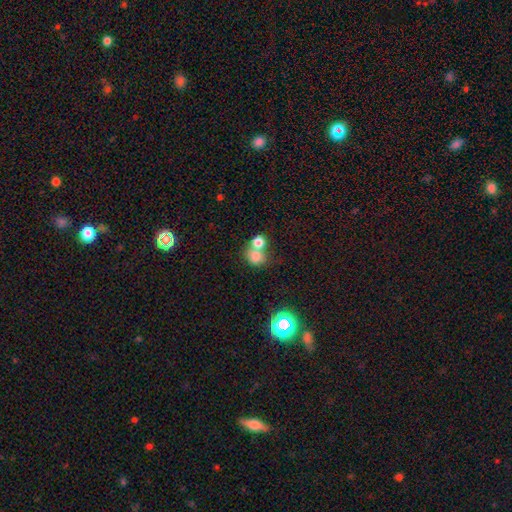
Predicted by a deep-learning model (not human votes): Q: Smooth or featured?
A: smooth (74%); runner-up: star or artifact (14%)
Q: How rounded?
A: round (68%); runner-up: in between (31%)
Q: Merging?
A: merger (57%); runner-up: none (31%)